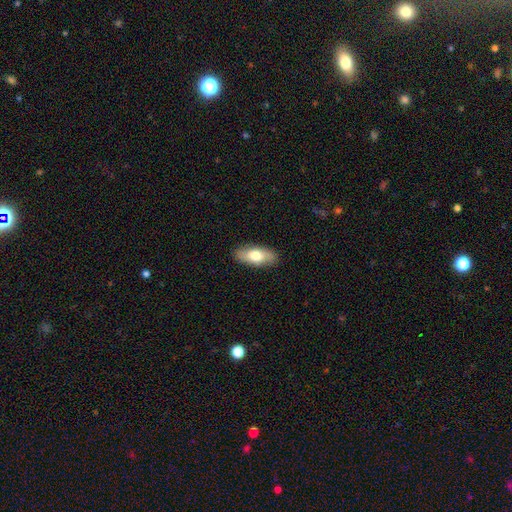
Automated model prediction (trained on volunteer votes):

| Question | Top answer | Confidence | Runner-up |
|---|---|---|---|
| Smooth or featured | smooth | 70% | featured or disk (24%) |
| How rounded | in between | 83% | cigar-shaped (14%) |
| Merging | none | 87% | minor disturbance (10%) |